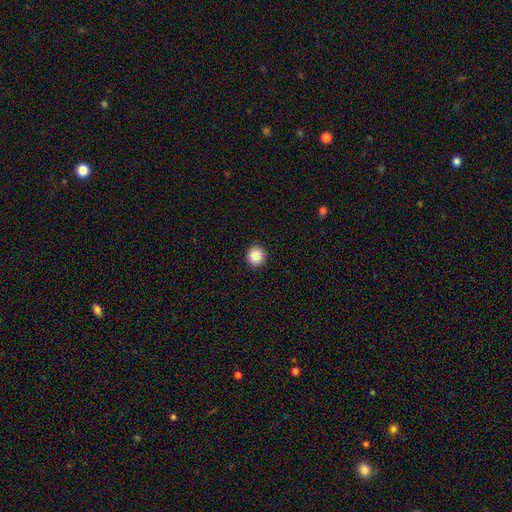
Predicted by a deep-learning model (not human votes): This appears to be a smooth galaxy with no disk features (88%) that is round (93%). Merging: none (92%).